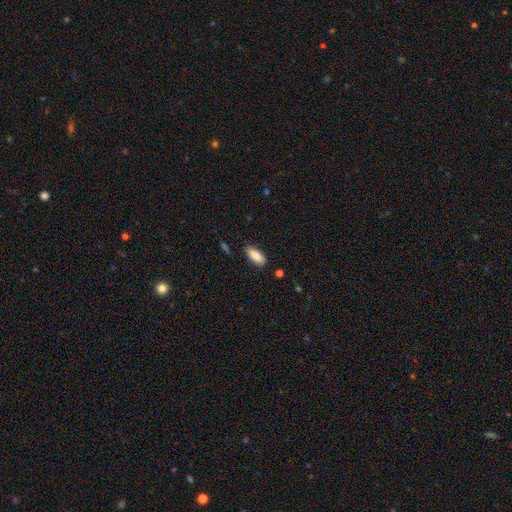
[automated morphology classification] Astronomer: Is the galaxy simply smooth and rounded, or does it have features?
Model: smooth — 87%.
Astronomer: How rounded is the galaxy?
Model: in between — 77%.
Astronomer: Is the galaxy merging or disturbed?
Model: none — 84%.